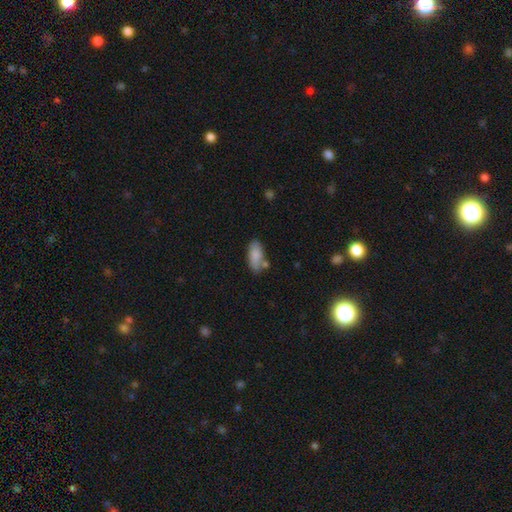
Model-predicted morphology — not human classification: smooth-or-featured: smooth: 84% | featured or disk: 9% | star or artifact: 7%
  how-rounded: in between: 86% | cigar-shaped: 12% | round: 2%
  merging: none: 65% | minor disturbance: 19% | merger: 12% | major disturbance: 4%